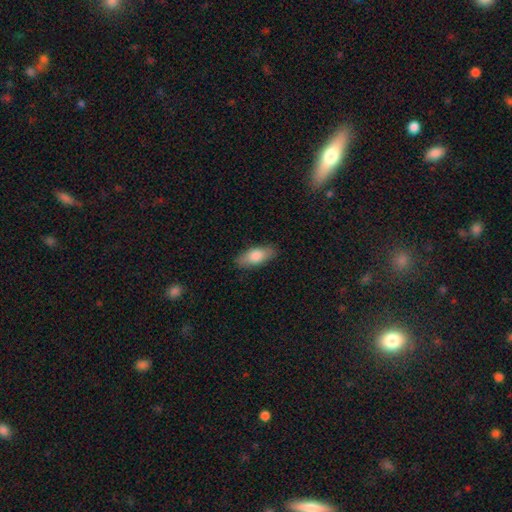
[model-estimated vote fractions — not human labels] Q: Smooth or featured?
A: smooth (80%); runner-up: featured or disk (14%)
Q: How rounded?
A: in between (82%); runner-up: cigar-shaped (15%)
Q: Merging?
A: none (86%); runner-up: minor disturbance (11%)